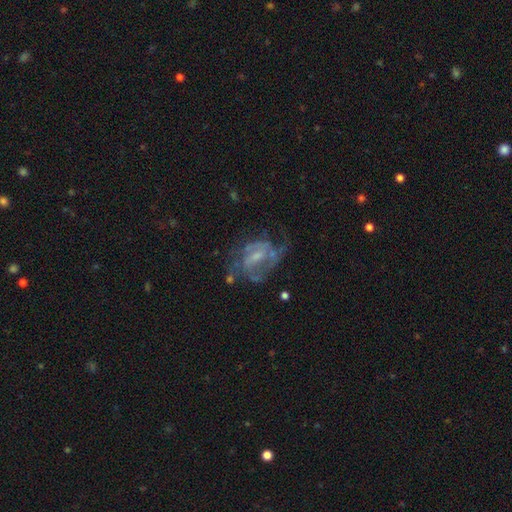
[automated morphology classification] The model was most divided on "spiral arm count": 2: 41%, can't tell: 33%, 3: 13%, 1: 7%, 4: 4%, more than 4: 3%. Remaining: edge-on disk — no (97%); smooth or featured — featured or disk (77%); spiral arms — yes (76%); bar — weak (50%); bulge size — small (49%); spiral winding — medium (46%); merging — none (45%).